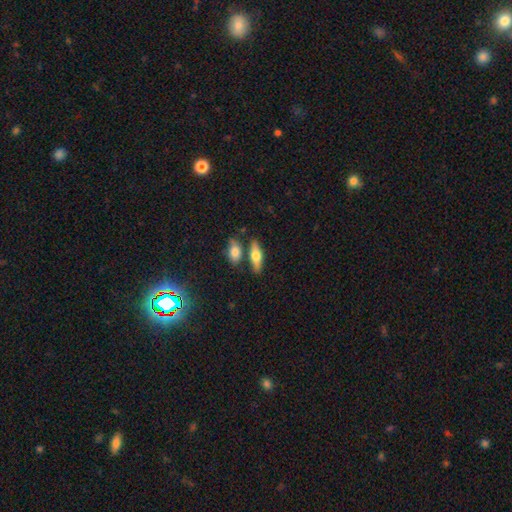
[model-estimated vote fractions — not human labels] The model was most divided on "how rounded": in between: 59%, cigar-shaped: 37%, round: 4%. More confident: merging — none (70%); smooth or featured — smooth (61%).